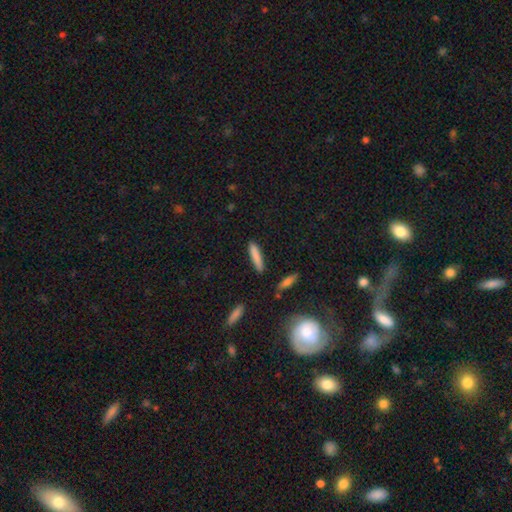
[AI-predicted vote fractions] Smooth or featured?
  - smooth: 83% *
  - featured or disk: 11%
  - star or artifact: 6%
How rounded?
  - cigar-shaped: 87% *
  - in between: 12%
  - round: 1%
Merging?
  - none: 87% *
  - minor disturbance: 8%
  - merger: 2%
  - major disturbance: 2%